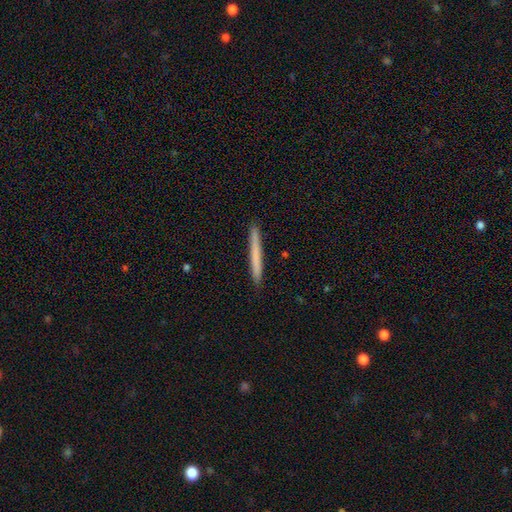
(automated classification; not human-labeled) Smooth or featured? smooth (67%)
How rounded? cigar-shaped (97%)
Merging? none (92%)